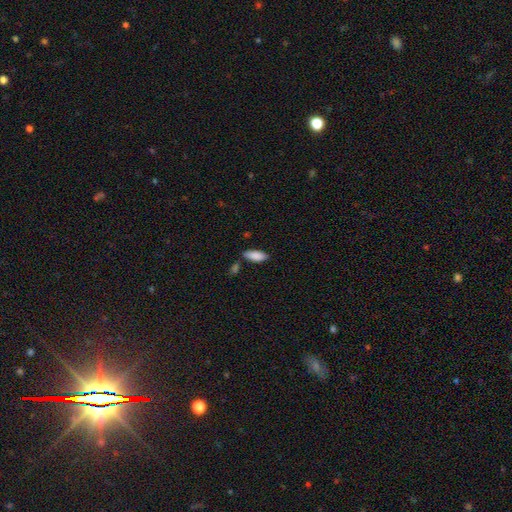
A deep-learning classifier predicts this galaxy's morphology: The model was most divided on "merging": none: 74%, minor disturbance: 15%, merger: 8%, major disturbance: 3%. More confident: smooth or featured — smooth (88%); how rounded — in between (79%).